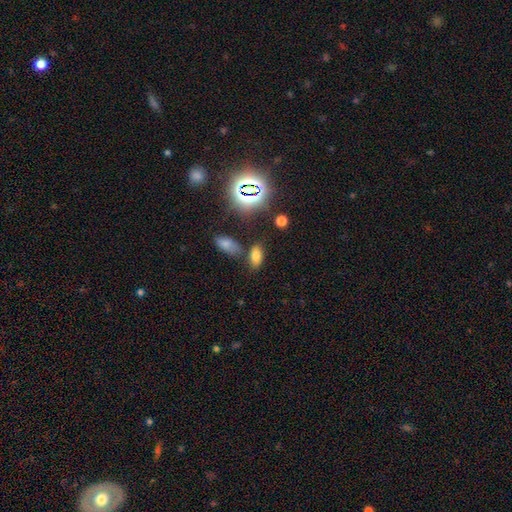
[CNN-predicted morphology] smooth_or_featured: smooth (p=0.70) [alt: star or artifact p=0.21]
how_rounded: in between (p=0.89) [alt: round p=0.06]
merging: none (p=0.72) [alt: minor disturbance p=0.13]